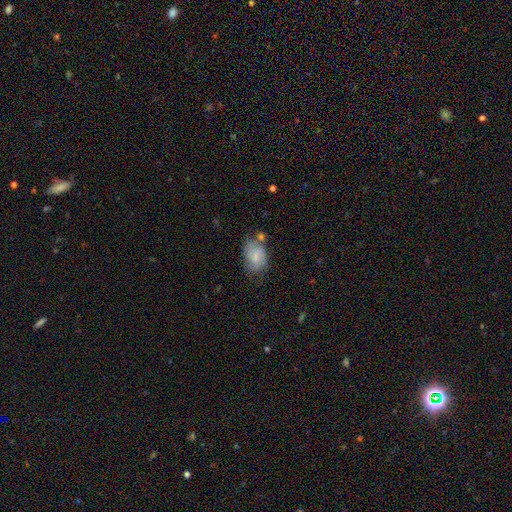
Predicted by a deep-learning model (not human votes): Q: Smooth or featured?
A: smooth (66%); runner-up: featured or disk (27%)
Q: How rounded?
A: in between (83%); runner-up: round (16%)
Q: Merging?
A: none (53%); runner-up: minor disturbance (27%)